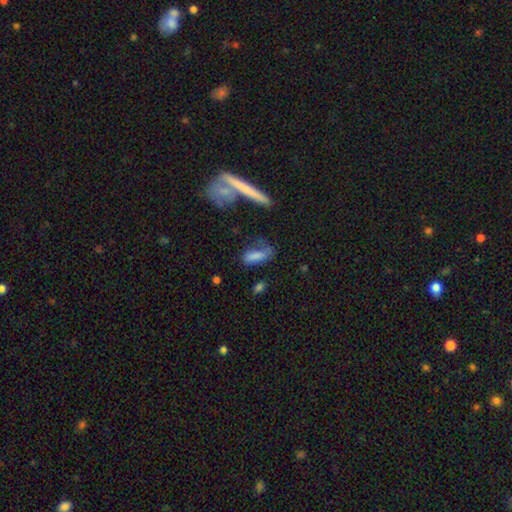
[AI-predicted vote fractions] This is likely a smooth galaxy (75%). How rounded: possibly in between (53%). Merging: marginally none (43%).